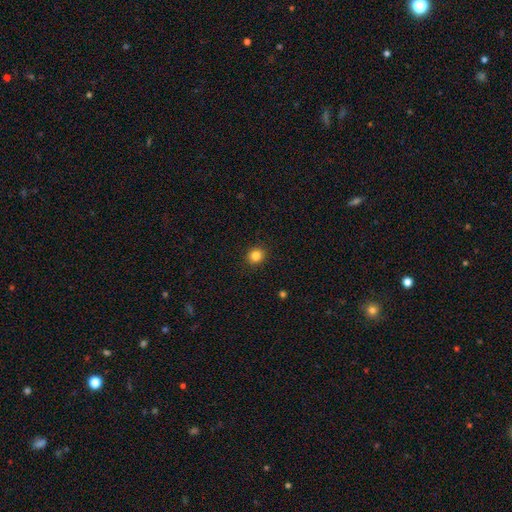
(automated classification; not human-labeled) smooth-or-featured: smooth: 84% | star or artifact: 12% | featured or disk: 5%
  how-rounded: round: 84% | in between: 15% | cigar-shaped: 1%
  merging: none: 91% | minor disturbance: 6% | major disturbance: 2% | merger: 1%